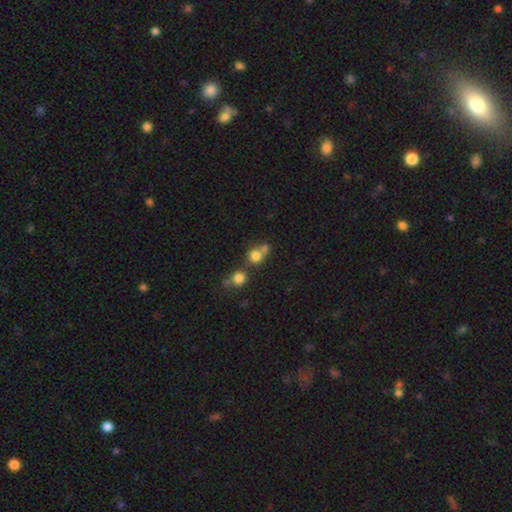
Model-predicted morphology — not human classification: Smooth or featured?
  - smooth: 76% *
  - star or artifact: 14%
  - featured or disk: 10%
How rounded?
  - round: 85% *
  - in between: 13%
  - cigar-shaped: 1%
Merging?
  - none: 46% *
  - merger: 43%
  - minor disturbance: 7%
  - major disturbance: 4%